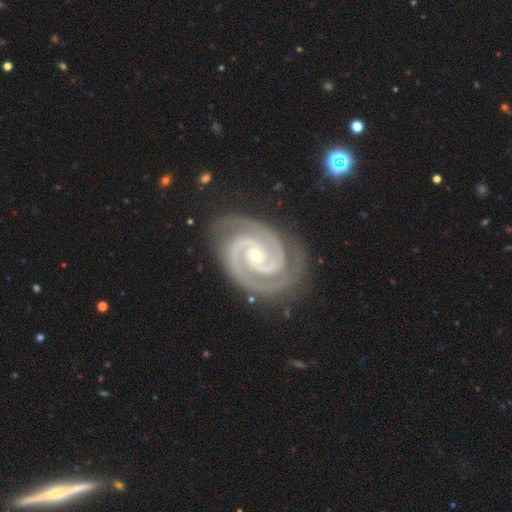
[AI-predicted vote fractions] Overall: featured or disk (95%). Edge-on disk: no (98%). Bar: no (62%; weak 24%). Spiral arms: yes (99%). Spiral arm count: 2 (88%). Spiral winding: tight (68%; medium 30%). Bulge size: small (78%). Merging: none (82%).